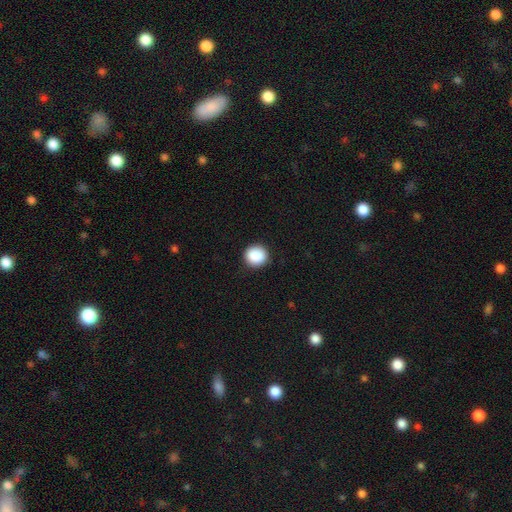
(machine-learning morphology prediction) Smooth or featured: smooth — 89% (star or artifact — 8%)
How rounded: round — 90% (in between — 9%)
Merging: none — 90% (minor disturbance — 7%)